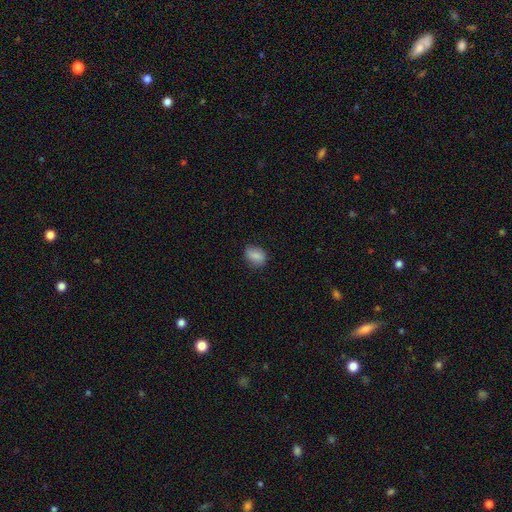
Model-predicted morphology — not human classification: Overall: smooth (83%). How rounded: in between (67%; round 31%). Merging: none (79%).